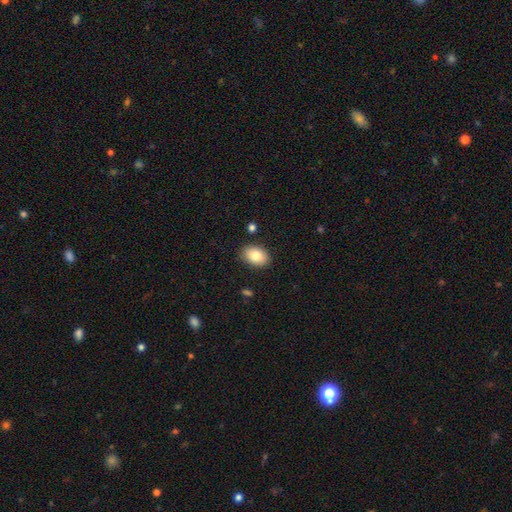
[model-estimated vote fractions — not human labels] A smooth galaxy with no disk features (83%) that is in between round and cigar-shaped (84%).

Vote fractions:
- Smooth or featured? smooth: 83% / featured or disk: 10% / star or artifact: 7%
- How rounded? in between: 84% / round: 15% / cigar-shaped: 1%
- Merging? none: 87% / minor disturbance: 9% / major disturbance: 2% / merger: 2%